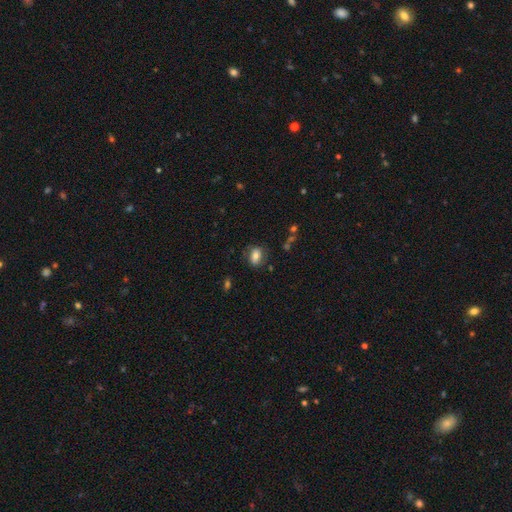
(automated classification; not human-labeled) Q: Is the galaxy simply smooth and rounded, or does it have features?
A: smooth — 72%.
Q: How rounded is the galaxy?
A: in between — 77%.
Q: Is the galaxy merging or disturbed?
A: none — 72%.